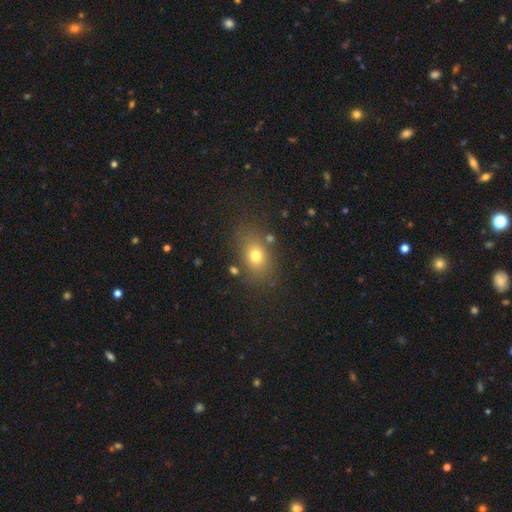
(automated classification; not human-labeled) Overall: smooth (72%). How rounded: in between (67%; round 31%). Merging: none (77%).